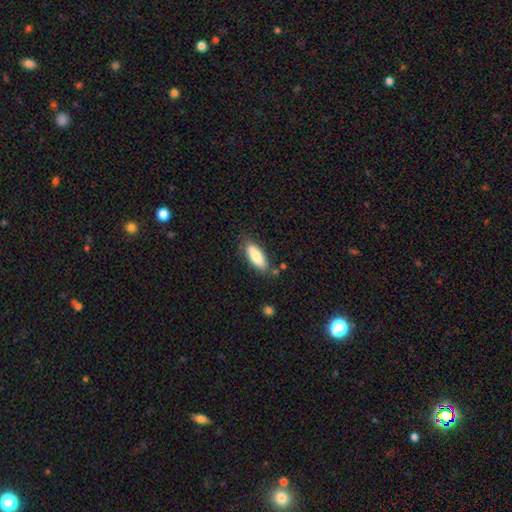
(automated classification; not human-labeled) Q: Smooth or featured?
A: smooth (81%); runner-up: featured or disk (13%)
Q: How rounded?
A: in between (68%); runner-up: cigar-shaped (30%)
Q: Merging?
A: none (79%); runner-up: minor disturbance (15%)